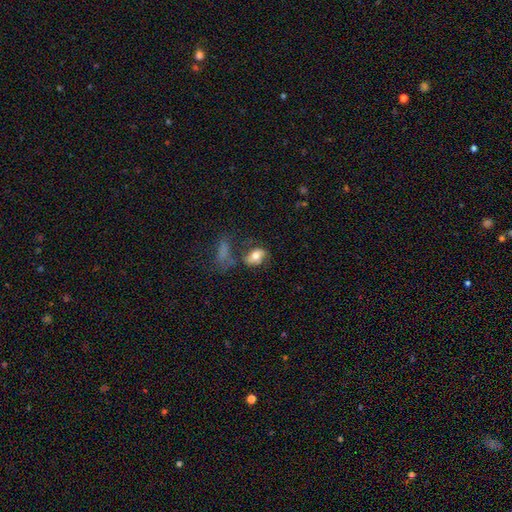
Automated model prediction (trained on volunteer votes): smooth 65%, featured or disk 26%, star or artifact 9%. Down the decision tree: how rounded — in between (82%); merging — none (47%).